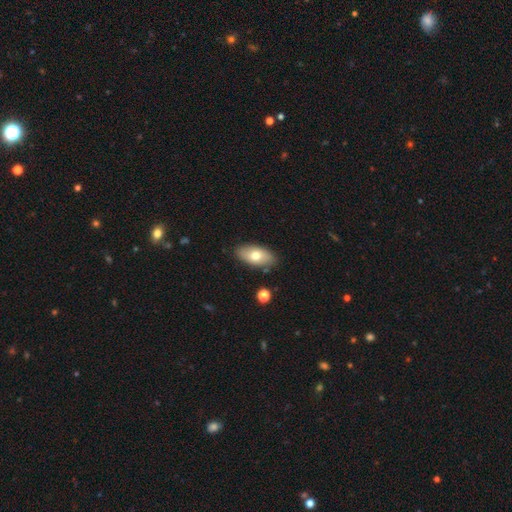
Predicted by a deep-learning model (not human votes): smooth-or-featured: smooth: 70% | featured or disk: 24% | star or artifact: 7%
  how-rounded: in between: 92% | cigar-shaped: 5% | round: 4%
  merging: none: 85% | minor disturbance: 11% | merger: 2% | major disturbance: 2%